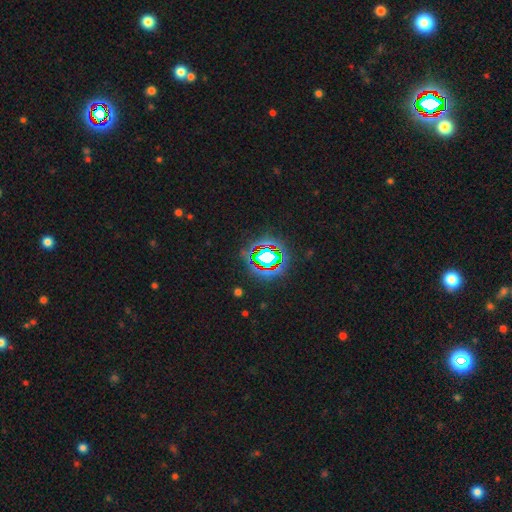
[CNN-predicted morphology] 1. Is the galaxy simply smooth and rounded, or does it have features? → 79% star or artifact, 11% smooth, 9% featured or disk.